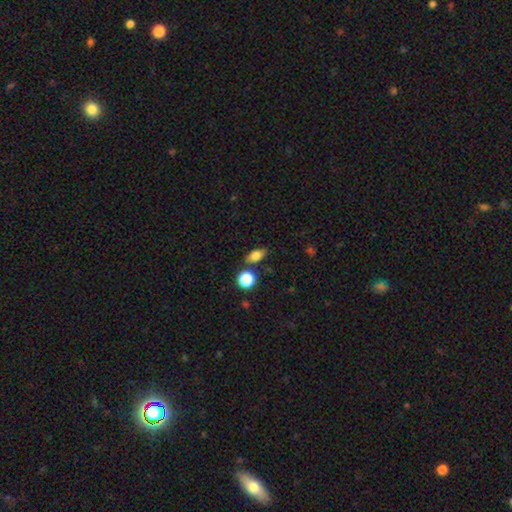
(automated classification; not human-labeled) Morphology: type=smooth (74%); roundness=in between (70%); merging=none (77%).